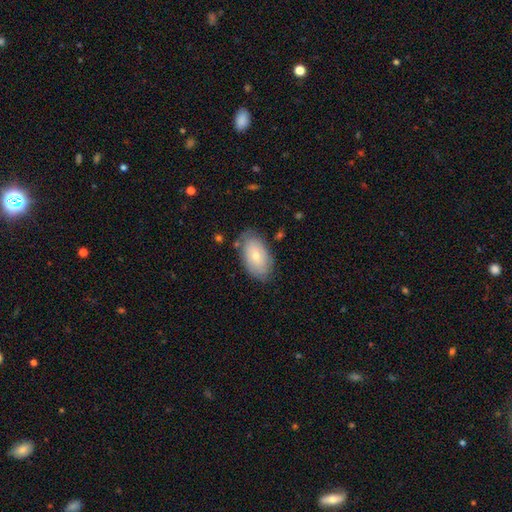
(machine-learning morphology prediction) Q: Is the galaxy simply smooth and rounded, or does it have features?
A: smooth — 57%.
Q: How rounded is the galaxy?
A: in between — 93%.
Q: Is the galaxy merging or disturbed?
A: none — 74%.